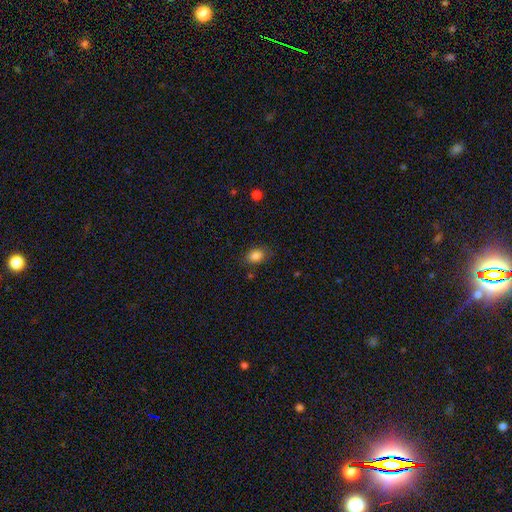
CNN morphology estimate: This appears to be a smooth galaxy with no disk features (85%) that is in between round and cigar-shaped (72%). Merging: none (80%).